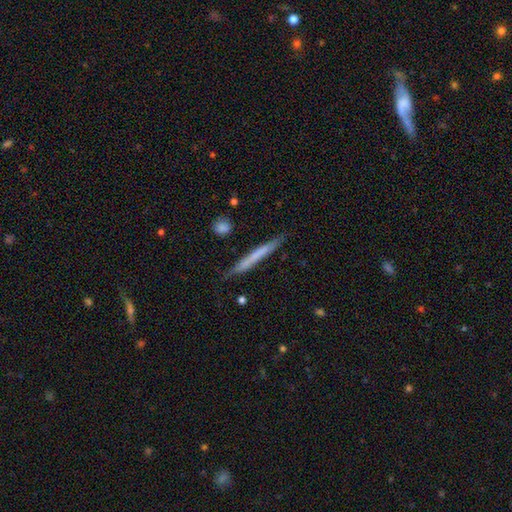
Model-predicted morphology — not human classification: Overall: smooth (57%; featured or disk 37%). How rounded: cigar-shaped (96%). Merging: none (83%).